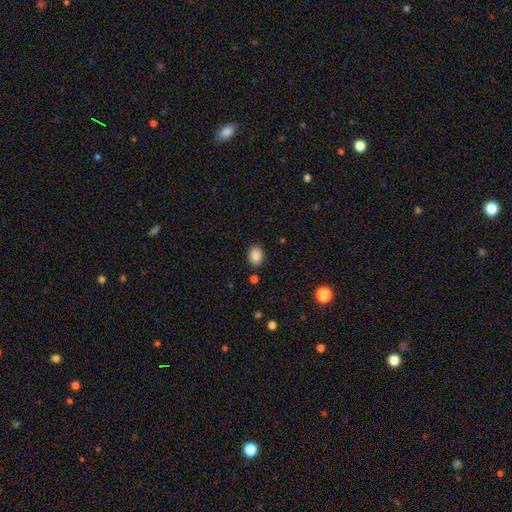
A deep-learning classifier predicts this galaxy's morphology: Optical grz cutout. It shows a smooth galaxy with no disk features (88%) that is in between round and cigar-shaped (76%). Merging: none (85%).